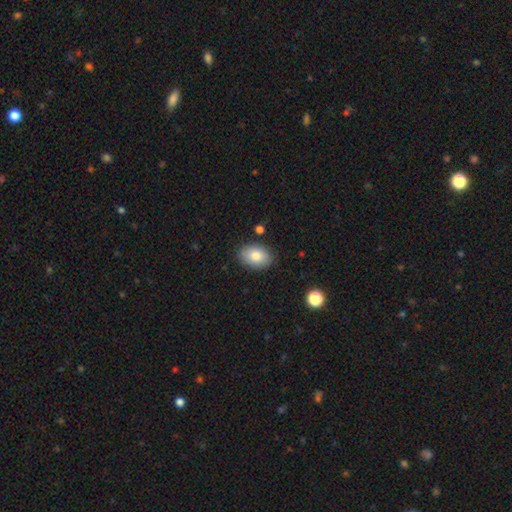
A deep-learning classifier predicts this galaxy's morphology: This is clearly a smooth galaxy (82%). How rounded: clearly in between (84%). Merging: clearly none (86%).